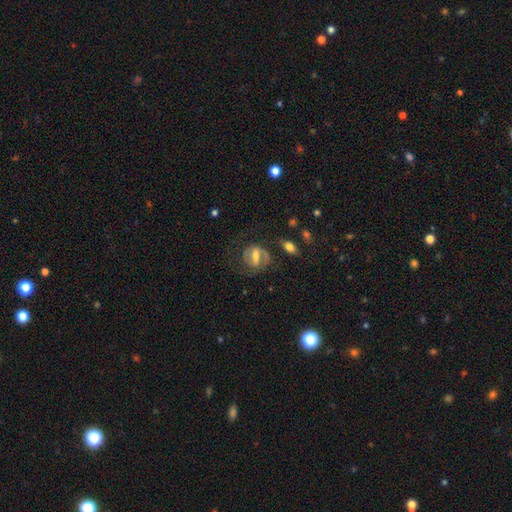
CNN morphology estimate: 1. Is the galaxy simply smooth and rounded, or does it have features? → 66% featured or disk, 26% smooth, 8% star or artifact.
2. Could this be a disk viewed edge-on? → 94% no, 6% yes.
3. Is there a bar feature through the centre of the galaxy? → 48% strong, 37% weak, 15% no.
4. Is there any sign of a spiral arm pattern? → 79% yes, 21% no.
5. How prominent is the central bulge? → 48% moderate, 27% small, 14% large, 9% none, 2% dominant.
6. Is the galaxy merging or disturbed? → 58% none, 19% major disturbance, 19% minor disturbance, 4% merger.